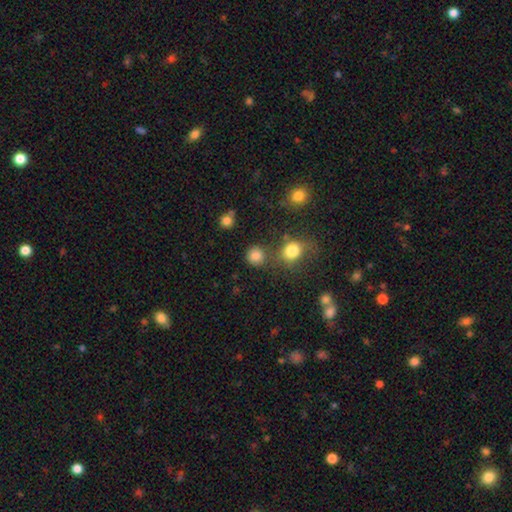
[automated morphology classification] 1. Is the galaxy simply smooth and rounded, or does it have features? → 81% smooth, 14% star or artifact, 5% featured or disk.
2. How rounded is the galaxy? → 89% round, 10% in between, 1% cigar-shaped.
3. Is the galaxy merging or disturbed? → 76% none, 10% merger, 10% minor disturbance, 4% major disturbance.